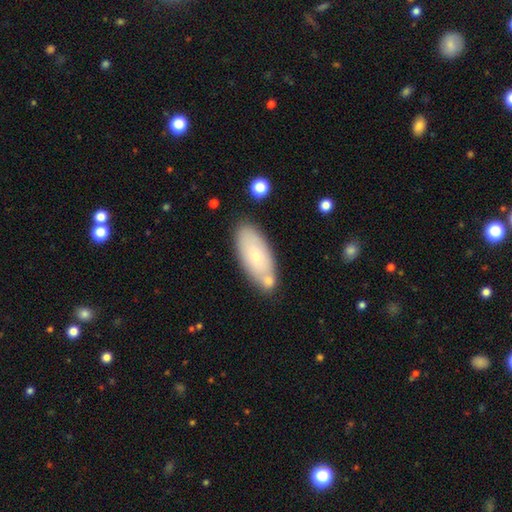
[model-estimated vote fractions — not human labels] Morphology: type=smooth (61%); roundness=in between (83%); merging=none (67%).